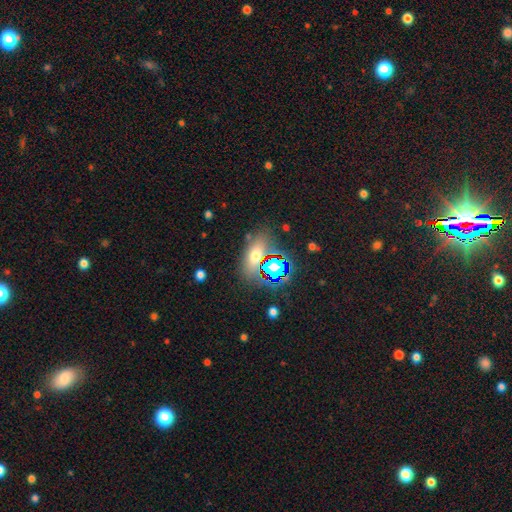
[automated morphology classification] Smooth or featured?
  - smooth: 58% *
  - star or artifact: 27%
  - featured or disk: 14%
How rounded?
  - in between: 70% *
  - round: 18%
  - cigar-shaped: 11%
Merging?
  - none: 74% *
  - minor disturbance: 12%
  - merger: 8%
  - major disturbance: 5%